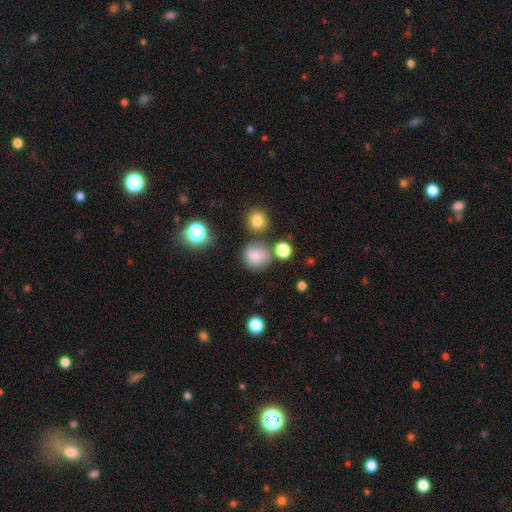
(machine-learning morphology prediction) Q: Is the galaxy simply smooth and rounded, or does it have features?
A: smooth — 79%.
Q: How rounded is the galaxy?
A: round — 86%.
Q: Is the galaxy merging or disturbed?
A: none — 69%.